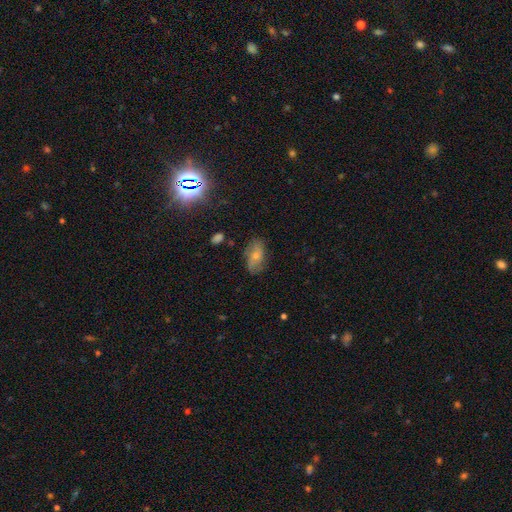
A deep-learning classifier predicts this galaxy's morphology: Q: Smooth or featured?
A: smooth (54%); runner-up: featured or disk (37%)
Q: How rounded?
A: in between (89%); runner-up: round (8%)
Q: Merging?
A: none (69%); runner-up: minor disturbance (23%)